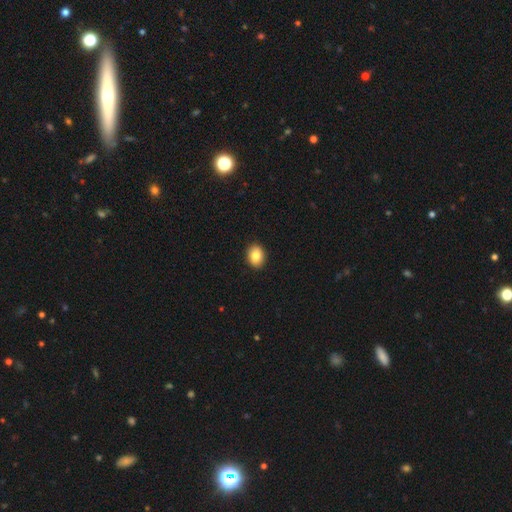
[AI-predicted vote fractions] A smooth galaxy with no disk features (84%) that is in between round and cigar-shaped (54%).

Vote fractions:
- Smooth or featured? smooth: 84% / star or artifact: 8% / featured or disk: 8%
- How rounded? in between: 54% / round: 45% / cigar-shaped: 1%
- Merging? none: 92% / minor disturbance: 6% / major disturbance: 1% / merger: 1%